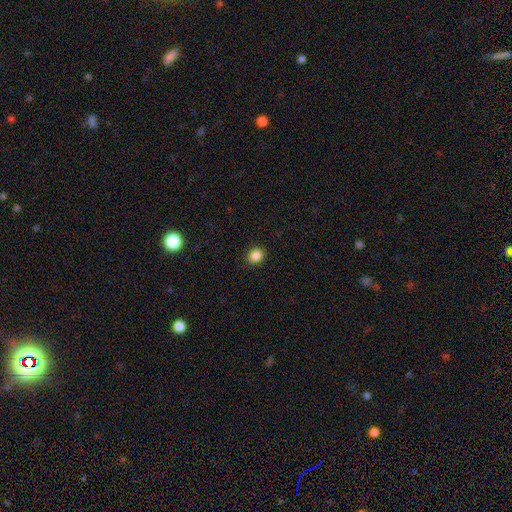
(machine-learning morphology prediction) This appears to be a smooth galaxy with no disk features (86%) that is round (67%). Merging: none (91%).